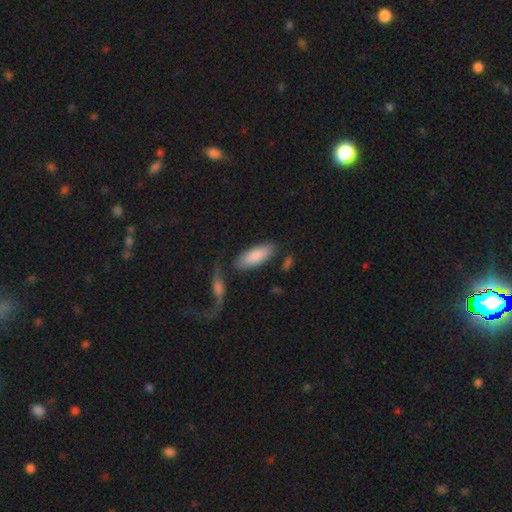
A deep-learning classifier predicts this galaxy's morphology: Smooth or featured? smooth (85%)
How rounded? in between (79%)
Merging? none (70%)